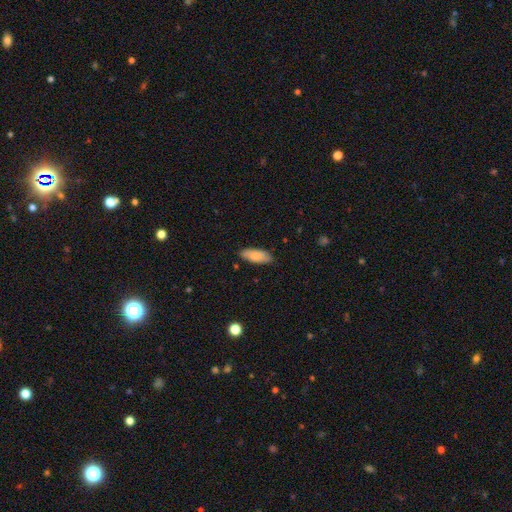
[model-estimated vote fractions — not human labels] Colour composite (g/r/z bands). It shows a smooth galaxy with no disk features (84%) that is in between round and cigar-shaped (78%). Merging: none (84%).